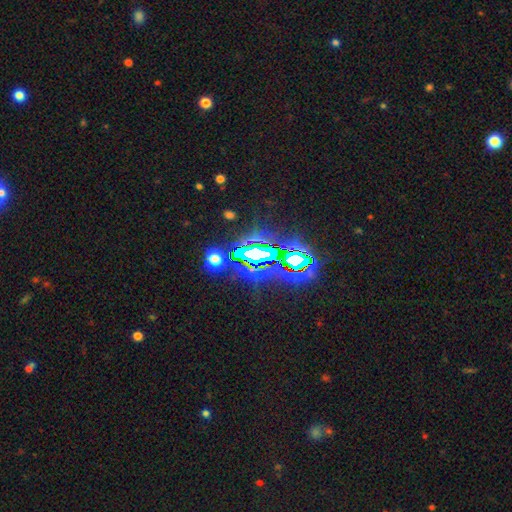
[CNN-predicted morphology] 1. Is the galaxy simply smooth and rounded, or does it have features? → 76% star or artifact, 13% featured or disk, 12% smooth.